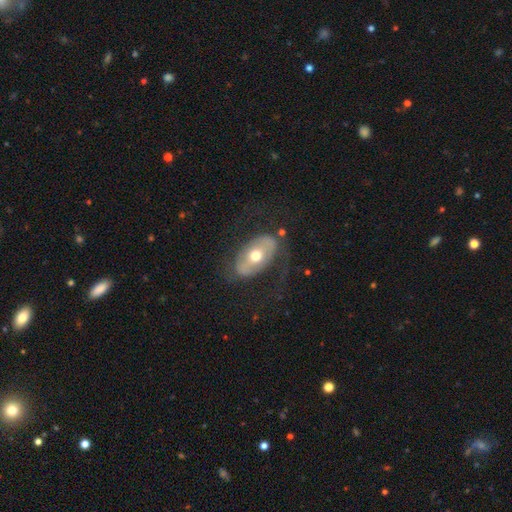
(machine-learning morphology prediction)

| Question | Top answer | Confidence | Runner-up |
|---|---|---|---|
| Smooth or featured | featured or disk | 53% | smooth (42%) |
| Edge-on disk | no | 88% | yes (12%) |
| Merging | none | 66% | minor disturbance (17%) |